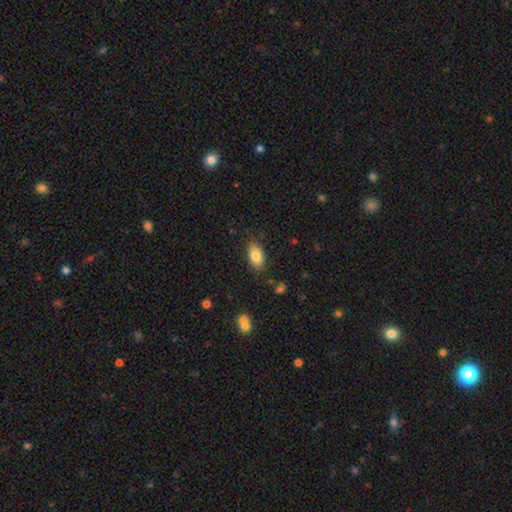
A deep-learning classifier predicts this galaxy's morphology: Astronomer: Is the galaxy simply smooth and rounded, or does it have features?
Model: smooth — 83%.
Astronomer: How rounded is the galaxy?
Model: in between — 90%.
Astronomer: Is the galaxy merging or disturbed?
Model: none — 82%.